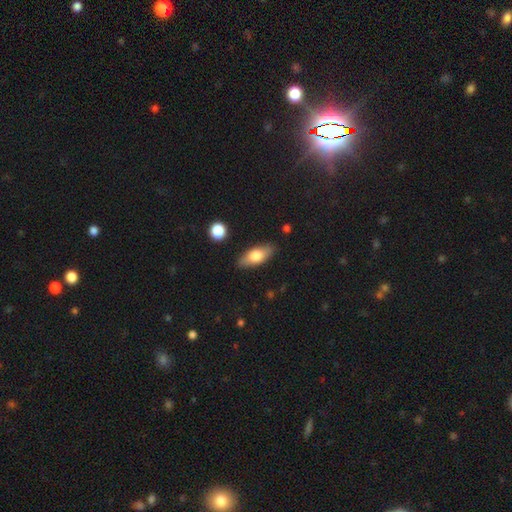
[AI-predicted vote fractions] Smooth or featured: smooth — 70% (featured or disk — 24%)
How rounded: in between — 77% (cigar-shaped — 19%)
Merging: none — 85% (minor disturbance — 11%)